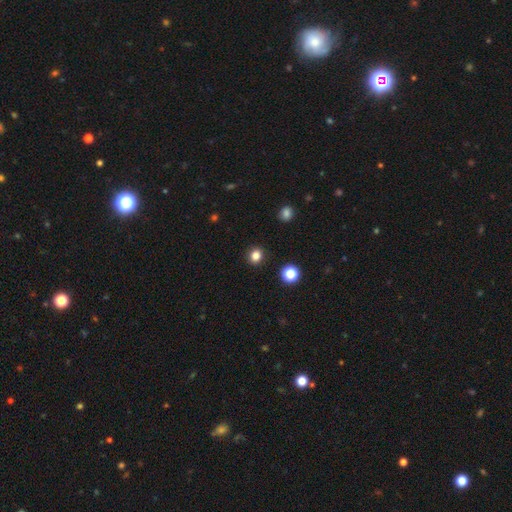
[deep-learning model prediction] Morphology: type=smooth (82%); roundness=round (81%); merging=none (91%).